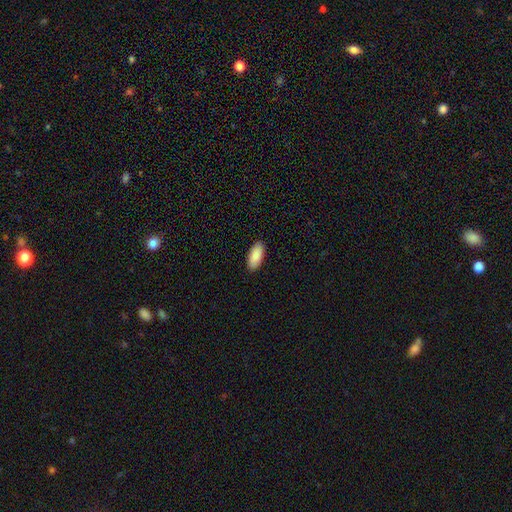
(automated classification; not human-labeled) Q: Smooth or featured?
A: smooth (89%); runner-up: star or artifact (6%)
Q: How rounded?
A: in between (90%); runner-up: cigar-shaped (9%)
Q: Merging?
A: none (91%); runner-up: minor disturbance (7%)